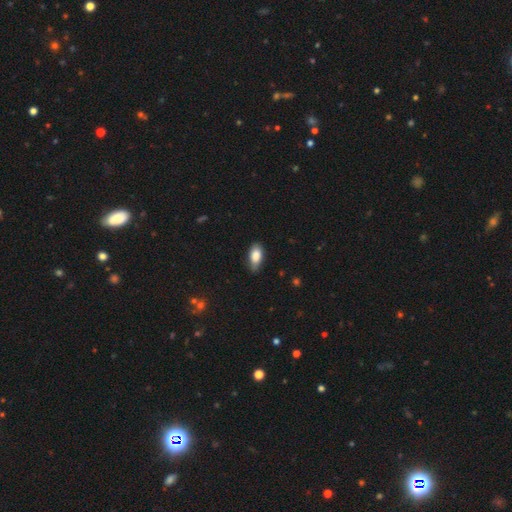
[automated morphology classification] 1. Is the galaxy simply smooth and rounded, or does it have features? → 84% smooth, 9% featured or disk, 7% star or artifact.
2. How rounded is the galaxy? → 90% in between, 7% cigar-shaped, 3% round.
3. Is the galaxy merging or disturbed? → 71% none, 24% minor disturbance, 4% major disturbance, 1% merger.